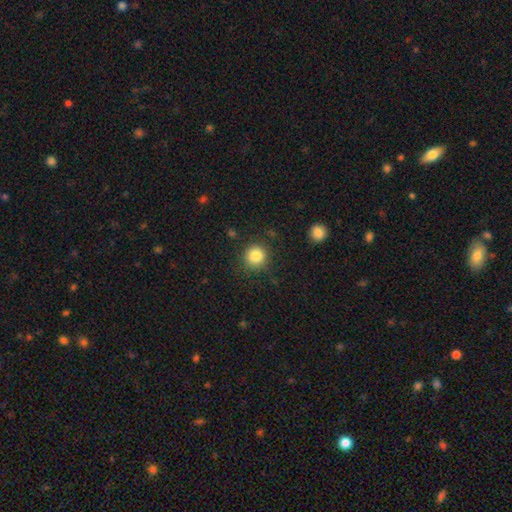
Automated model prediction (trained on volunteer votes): Smooth or featured? Predicted: smooth (p=0.85). How rounded? Predicted: round (p=0.91). Merging? Predicted: none (p=0.86).